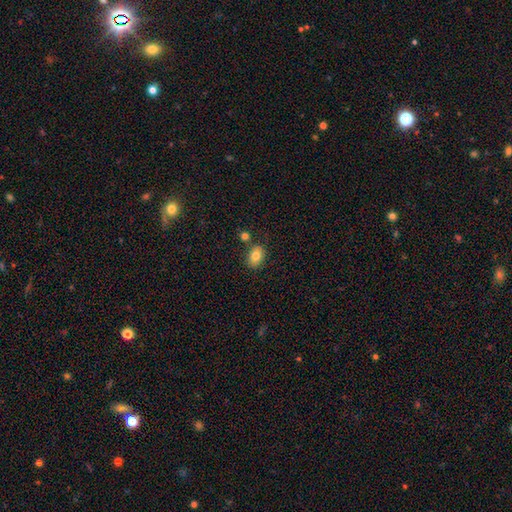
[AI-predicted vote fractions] This is clearly a smooth galaxy (80%). How rounded: likely in between (76%). Merging: likely none (76%).